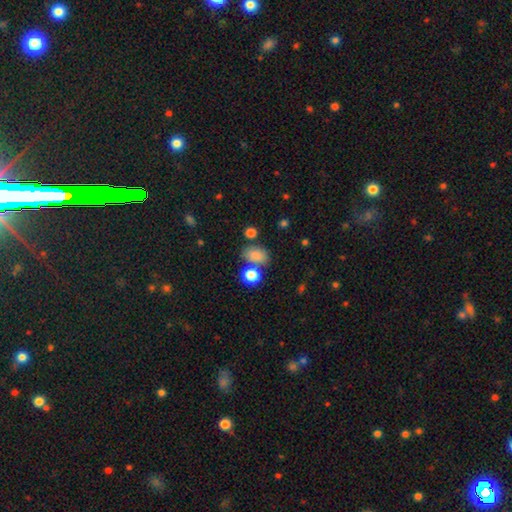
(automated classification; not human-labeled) Q: Smooth or featured?
A: smooth (82%); runner-up: star or artifact (11%)
Q: How rounded?
A: in between (74%); runner-up: round (25%)
Q: Merging?
A: none (59%); runner-up: merger (20%)